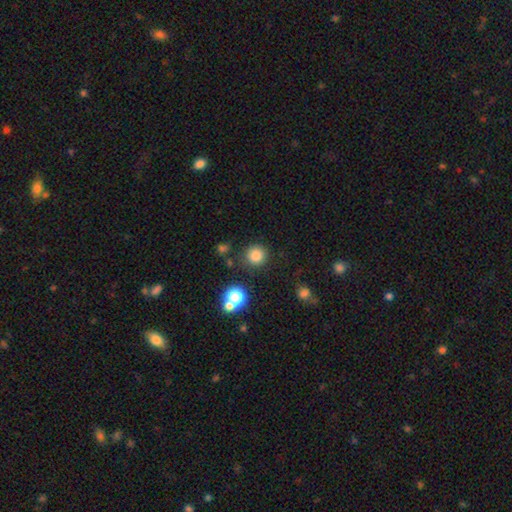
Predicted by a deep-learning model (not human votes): Smooth or featured? smooth (81%)
How rounded? round (93%)
Merging? none (84%)